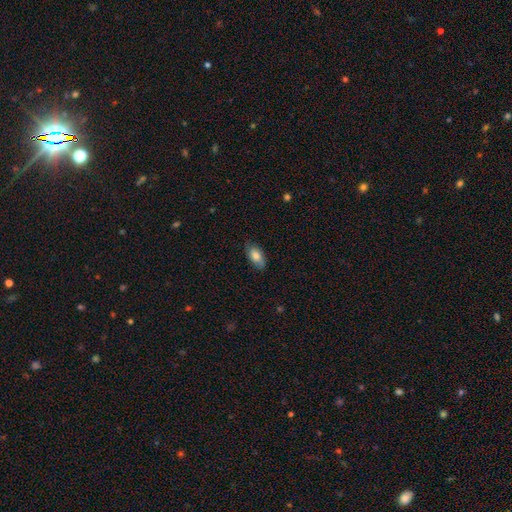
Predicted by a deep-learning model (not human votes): Smooth or featured: smooth — 79% (featured or disk — 15%)
How rounded: in between — 91% (cigar-shaped — 5%)
Merging: none — 80% (minor disturbance — 16%)